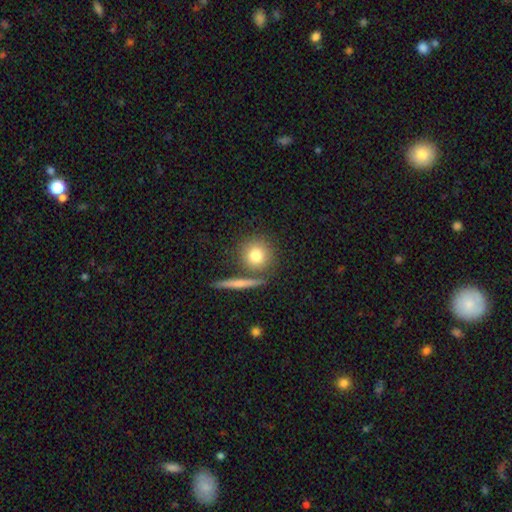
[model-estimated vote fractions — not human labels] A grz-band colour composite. It shows a smooth galaxy with no disk features (77%) that is round (90%). Merging: none (75%).